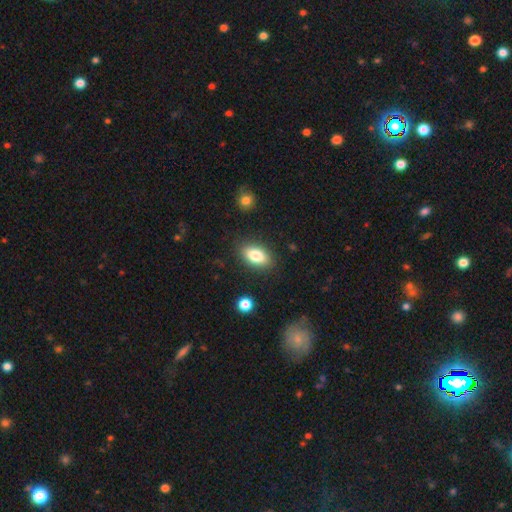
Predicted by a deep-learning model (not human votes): Smooth or featured? Predicted: smooth (p=0.81). How rounded? Predicted: in between (p=0.89). Merging? Predicted: none (p=0.86).